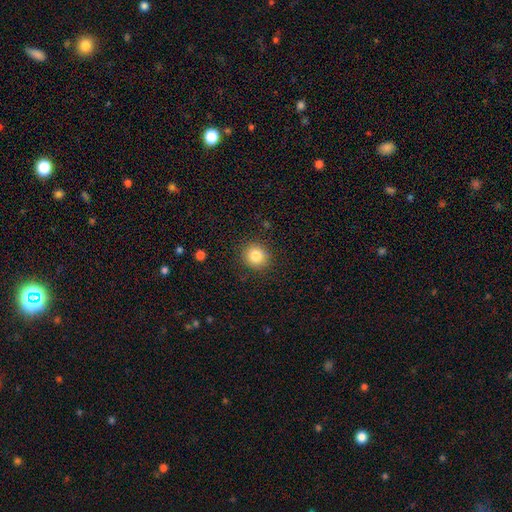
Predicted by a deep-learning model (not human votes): This is clearly a smooth galaxy (84%). How rounded: clearly round (87%). Merging: clearly none (89%).